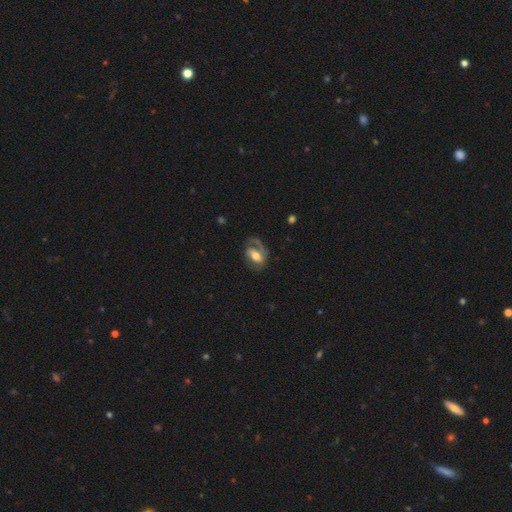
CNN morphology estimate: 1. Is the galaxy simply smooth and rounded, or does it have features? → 63% featured or disk, 30% smooth, 6% star or artifact.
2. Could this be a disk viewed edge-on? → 95% no, 5% yes.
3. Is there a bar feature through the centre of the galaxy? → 40% no, 37% weak, 24% strong.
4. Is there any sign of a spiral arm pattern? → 79% yes, 21% no.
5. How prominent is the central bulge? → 62% moderate, 19% large, 15% small, 2% dominant, 2% none.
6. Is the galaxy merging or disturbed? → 51% none, 25% major disturbance, 20% minor disturbance, 3% merger.